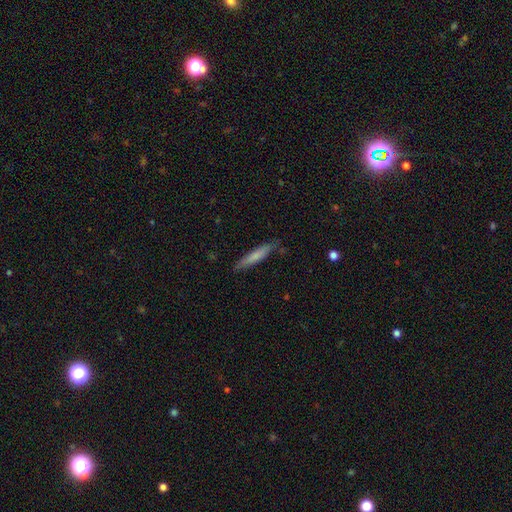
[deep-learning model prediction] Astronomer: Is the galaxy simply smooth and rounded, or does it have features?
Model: smooth — 71%.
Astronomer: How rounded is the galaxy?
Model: cigar-shaped — 91%.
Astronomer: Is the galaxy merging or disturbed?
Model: none — 81%.